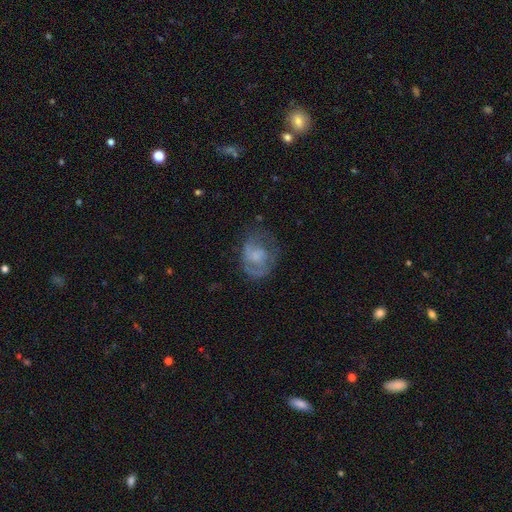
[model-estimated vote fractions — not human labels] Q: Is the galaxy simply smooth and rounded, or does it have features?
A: featured or disk — 56%.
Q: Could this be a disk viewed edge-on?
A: no — 97%.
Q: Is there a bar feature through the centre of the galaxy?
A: no — 70%.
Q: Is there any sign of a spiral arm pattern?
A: yes — 68%.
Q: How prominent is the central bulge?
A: small — 39%.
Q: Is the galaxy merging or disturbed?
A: none — 52%.